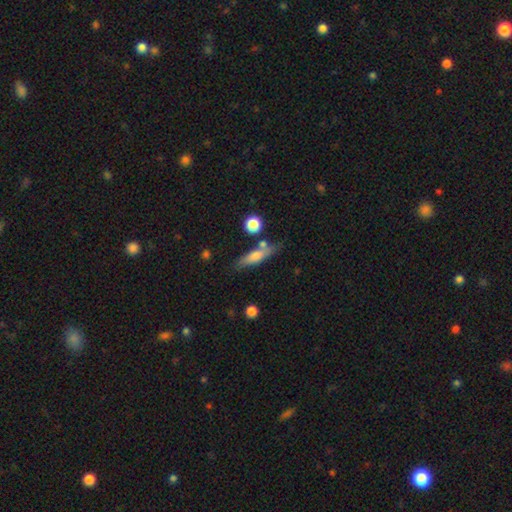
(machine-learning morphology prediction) A smooth galaxy with no disk features (63%) that is cigar-shaped (66%).

Vote fractions:
- Smooth or featured? smooth: 63% / featured or disk: 30% / star or artifact: 7%
- How rounded? cigar-shaped: 66% / in between: 30% / round: 4%
- Merging? none: 67% / minor disturbance: 17% / merger: 12% / major disturbance: 5%